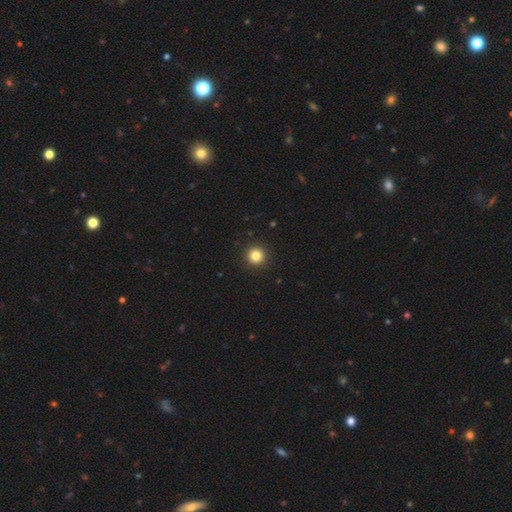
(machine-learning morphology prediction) The model was most divided on "smooth or featured": smooth: 83%, star or artifact: 12%, featured or disk: 5%. More confident: how rounded — round (96%); merging — none (93%).